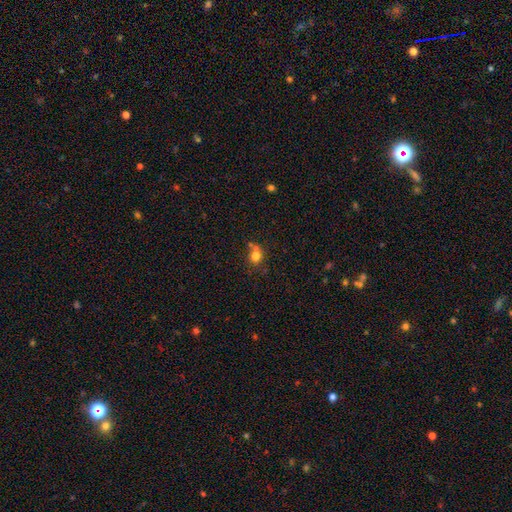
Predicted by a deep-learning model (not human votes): A smooth galaxy with no disk features (76%) that is round (85%).

Vote fractions:
- Smooth or featured? smooth: 76% / star or artifact: 14% / featured or disk: 10%
- How rounded? round: 85% / in between: 14% / cigar-shaped: 1%
- Merging? none: 53% / merger: 34% / minor disturbance: 9% / major disturbance: 4%